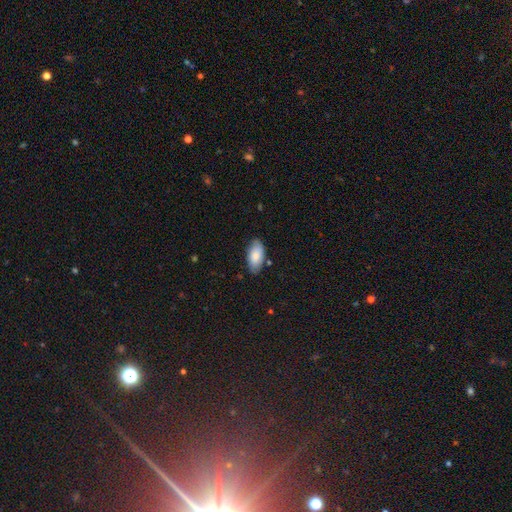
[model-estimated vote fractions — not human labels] A smooth galaxy with no disk features (84%) that is in between round and cigar-shaped (94%).

Vote fractions:
- Smooth or featured? smooth: 84% / featured or disk: 10% / star or artifact: 6%
- How rounded? in between: 94% / cigar-shaped: 4% / round: 2%
- Merging? none: 81% / minor disturbance: 15% / major disturbance: 3% / merger: 2%